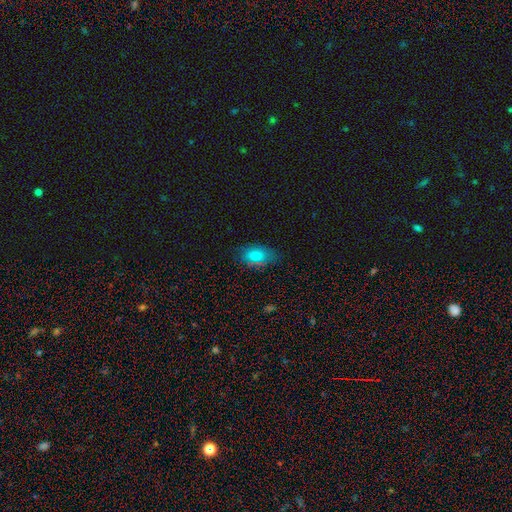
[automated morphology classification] Overall: smooth (76%). How rounded: in between (90%). Merging: none (73%).